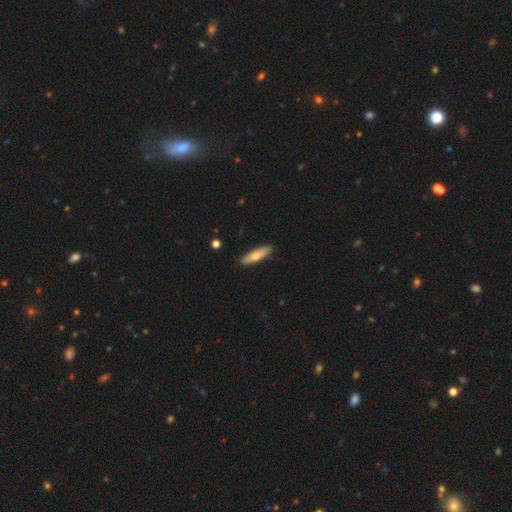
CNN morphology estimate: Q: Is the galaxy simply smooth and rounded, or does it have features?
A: smooth — 65%.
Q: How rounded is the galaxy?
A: cigar-shaped — 75%.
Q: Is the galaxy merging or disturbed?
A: none — 88%.